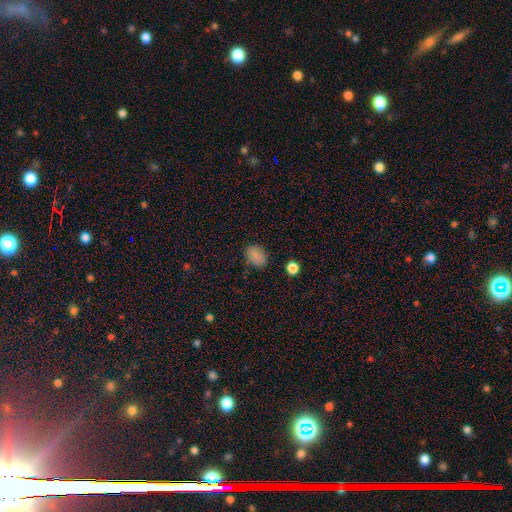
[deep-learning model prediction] Smooth or featured? smooth (83%)
How rounded? in between (69%)
Merging? none (81%)